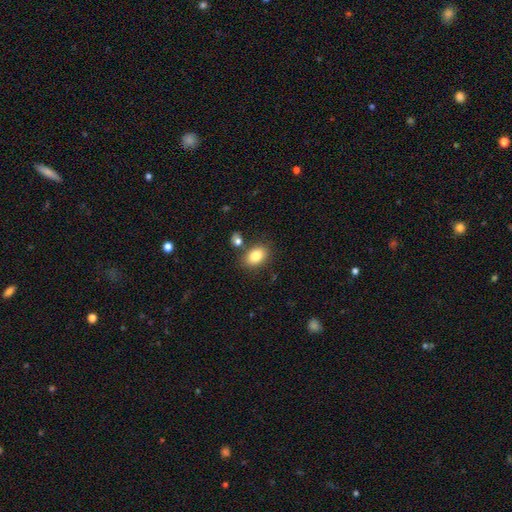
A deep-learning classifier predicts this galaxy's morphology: Smooth or featured? smooth (84%)
How rounded? in between (82%)
Merging? none (75%)